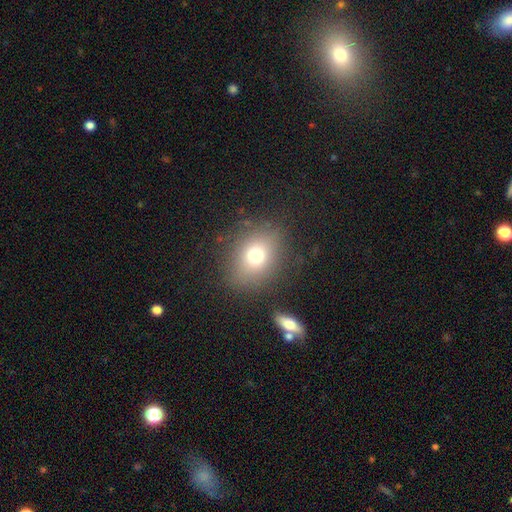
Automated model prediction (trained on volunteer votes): smooth-or-featured: smooth: 71% | star or artifact: 16% | featured or disk: 13%
  how-rounded: round: 55% | in between: 43% | cigar-shaped: 1%
  merging: none: 82% | minor disturbance: 10% | major disturbance: 6% | merger: 2%